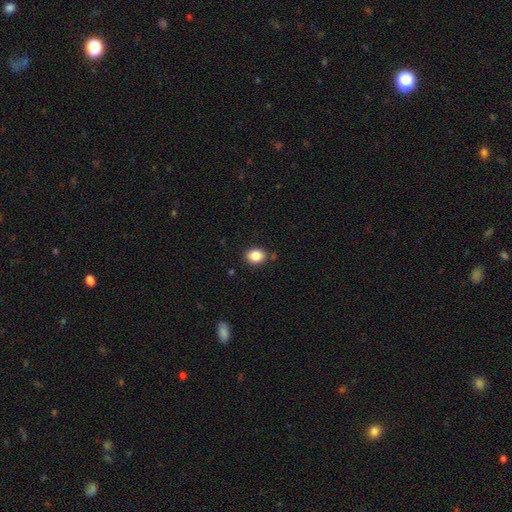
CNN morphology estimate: type=smooth (86%); roundness=in between (52%); merging=none (83%).